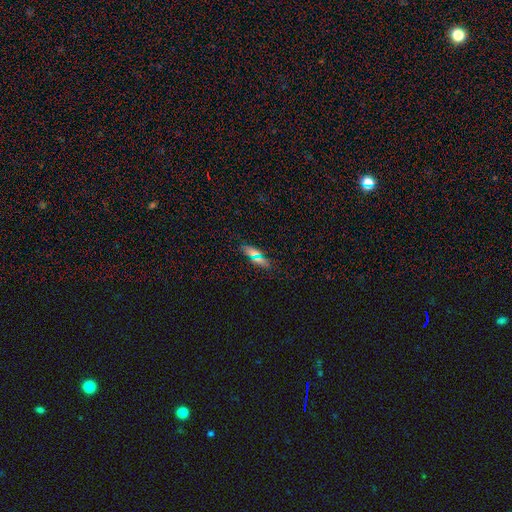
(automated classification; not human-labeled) Smooth or featured: smooth — 68% (star or artifact — 19%)
How rounded: in between — 58% (cigar-shaped — 36%)
Merging: none — 84% (minor disturbance — 10%)